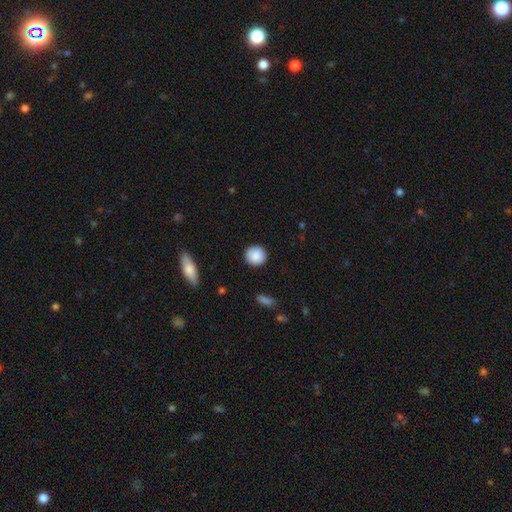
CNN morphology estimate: smooth 89%, star or artifact 7%, featured or disk 4%. Down the decision tree: how rounded — round (91%); merging — none (90%).